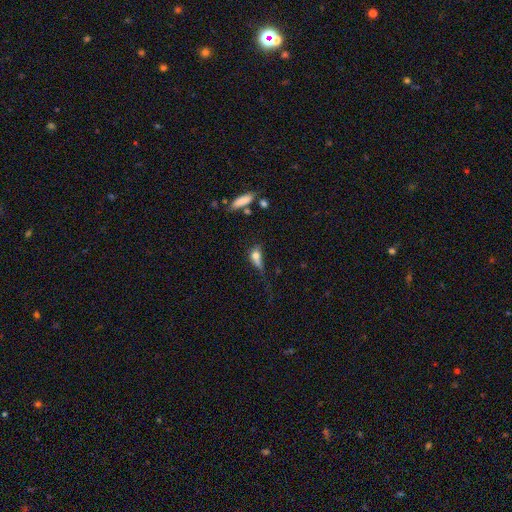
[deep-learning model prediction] smooth_or_featured: smooth (p=0.68) [alt: featured or disk p=0.21]
how_rounded: in between (p=0.62) [alt: round p=0.22]
merging: major disturbance (p=0.36) [alt: minor disturbance p=0.26]